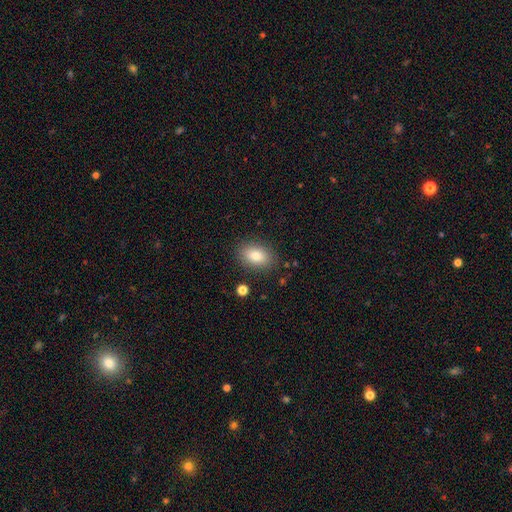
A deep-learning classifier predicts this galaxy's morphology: smooth 83%, featured or disk 9%, star or artifact 8%. Down the decision tree: how rounded — in between (80%); merging — none (85%).